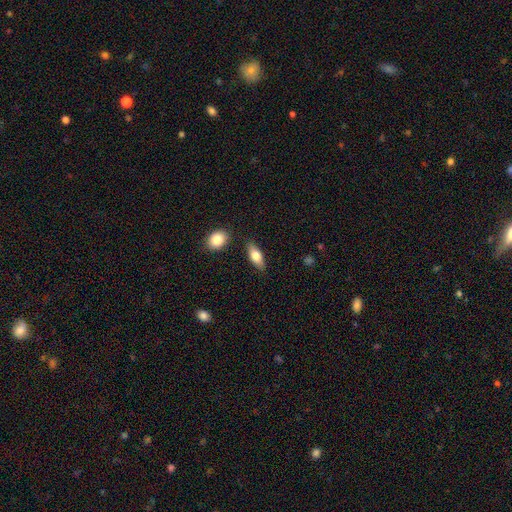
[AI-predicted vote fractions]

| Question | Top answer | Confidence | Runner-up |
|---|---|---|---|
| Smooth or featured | smooth | 69% | featured or disk (25%) |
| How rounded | in between | 75% | cigar-shaped (21%) |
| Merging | none | 82% | minor disturbance (11%) |